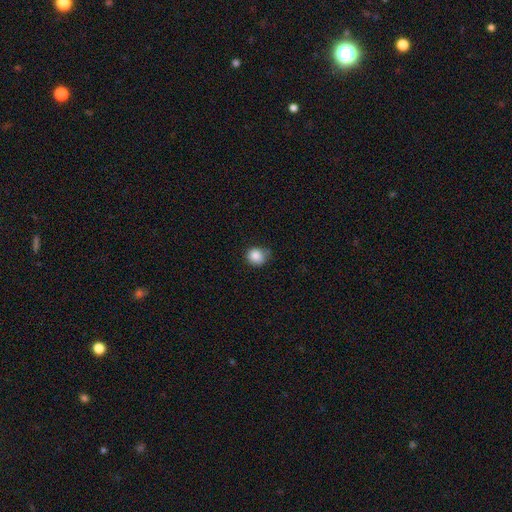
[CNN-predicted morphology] The model was most divided on "merging": none: 65%, minor disturbance: 28%, major disturbance: 5%, merger: 2%. More confident: smooth or featured — smooth (86%); how rounded — round (80%).